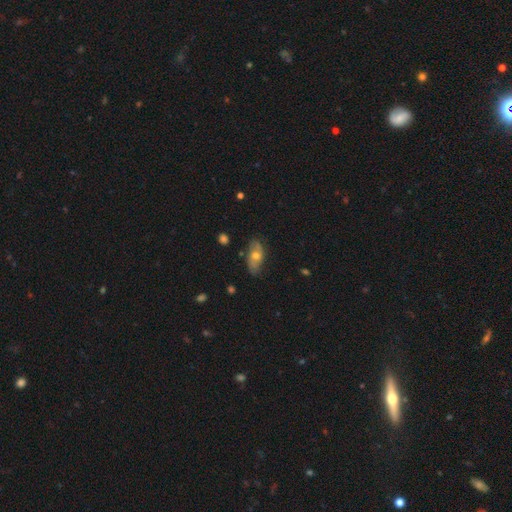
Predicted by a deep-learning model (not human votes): featured or disk 49%, smooth 43%, star or artifact 8%. Down the decision tree: merging — none (73%).